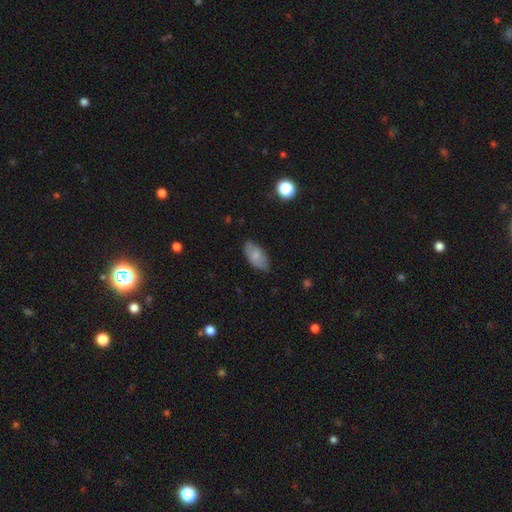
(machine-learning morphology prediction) smooth 78%, featured or disk 15%, star or artifact 7%. Down the decision tree: how rounded — in between (93%); merging — none (79%).